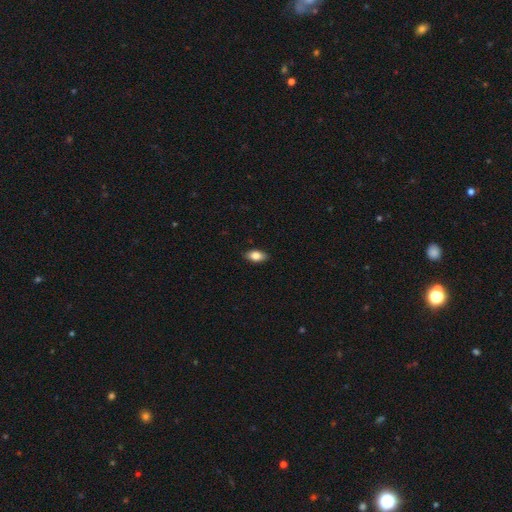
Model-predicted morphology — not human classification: A smooth galaxy with no disk features (81%) that is in between round and cigar-shaped (90%).

Vote fractions:
- Smooth or featured? smooth: 81% / featured or disk: 12% / star or artifact: 7%
- How rounded? in between: 90% / round: 5% / cigar-shaped: 5%
- Merging? none: 88% / minor disturbance: 9% / major disturbance: 2% / merger: 1%